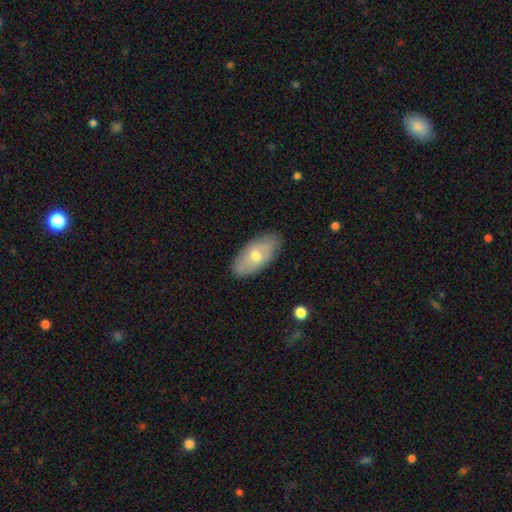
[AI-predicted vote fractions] Smooth or featured: smooth — 60% (featured or disk — 34%)
How rounded: in between — 92% (cigar-shaped — 5%)
Merging: none — 84% (minor disturbance — 13%)